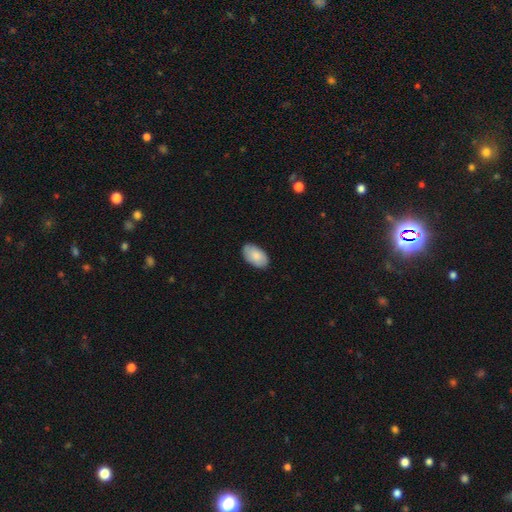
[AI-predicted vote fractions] Smooth or featured: smooth — 85% (featured or disk — 9%)
How rounded: in between — 95% (round — 4%)
Merging: none — 85% (minor disturbance — 12%)